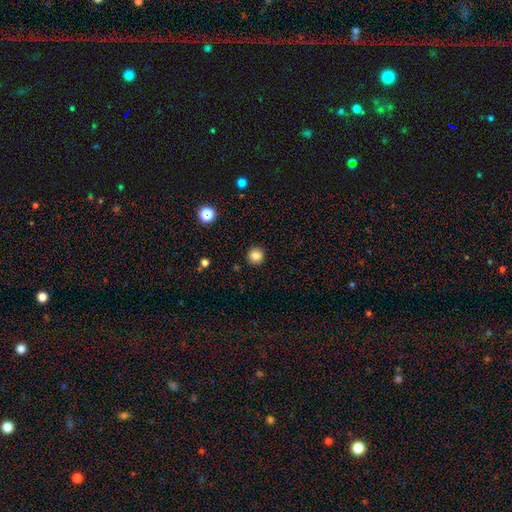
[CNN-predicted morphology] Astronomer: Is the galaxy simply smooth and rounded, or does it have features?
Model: smooth — 84%.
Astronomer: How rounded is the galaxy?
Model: round — 95%.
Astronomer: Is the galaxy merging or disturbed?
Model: none — 92%.